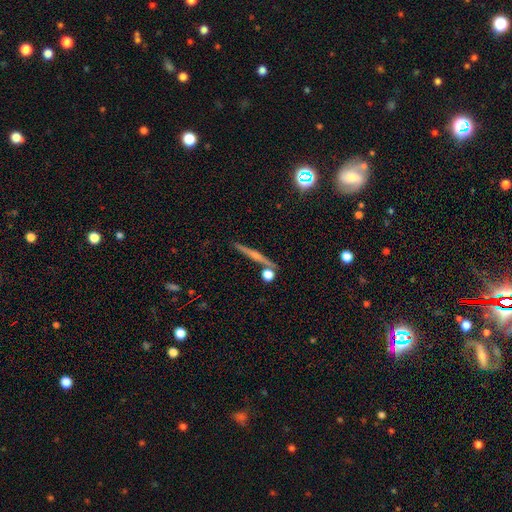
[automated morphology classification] A featured or disk galaxy (66%) viewed edge-on (97%) with a rounded central bulge (65%).

Vote fractions:
- Smooth or featured? featured or disk: 66% / smooth: 24% / star or artifact: 10%
- Edge-on disk? yes: 97% / no: 3%
- Edge-on bulge? rounded: 65% / none: 26% / boxy: 9%
- Merging? none: 84% / minor disturbance: 7% / merger: 6% / major disturbance: 2%